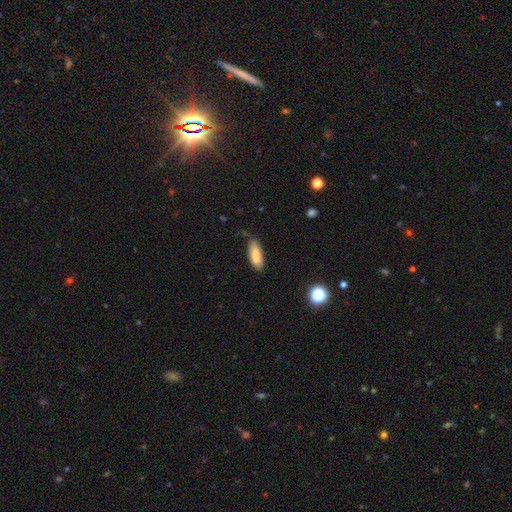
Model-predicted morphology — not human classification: A smooth galaxy with no disk features (86%) that is in between round and cigar-shaped (69%). Merging: none (71%).